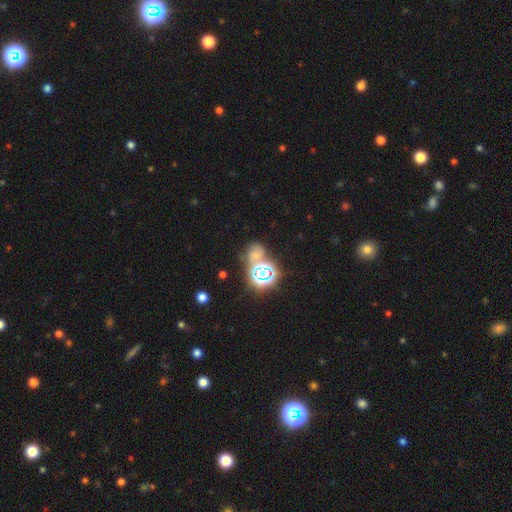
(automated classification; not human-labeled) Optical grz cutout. It shows a star or artifact, not a galaxy (54%).